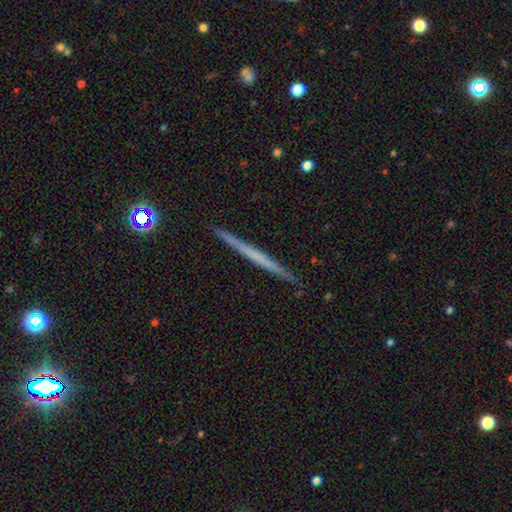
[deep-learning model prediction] featured or disk 58%, smooth 36%, star or artifact 6%. Down the decision tree: edge-on disk — yes (98%); edge-on bulge — none (91%); merging — none (92%).